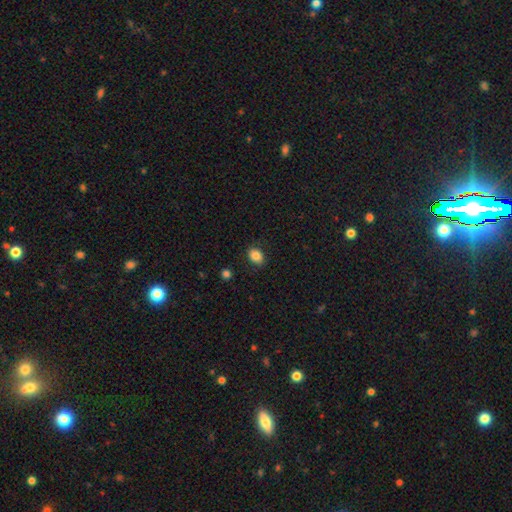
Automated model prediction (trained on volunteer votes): A smooth galaxy with no disk features (84%) that is in between round and cigar-shaped (72%).

Vote fractions:
- Smooth or featured? smooth: 84% / star or artifact: 9% / featured or disk: 7%
- How rounded? in between: 72% / round: 27% / cigar-shaped: 1%
- Merging? none: 84% / minor disturbance: 12% / major disturbance: 3% / merger: 1%